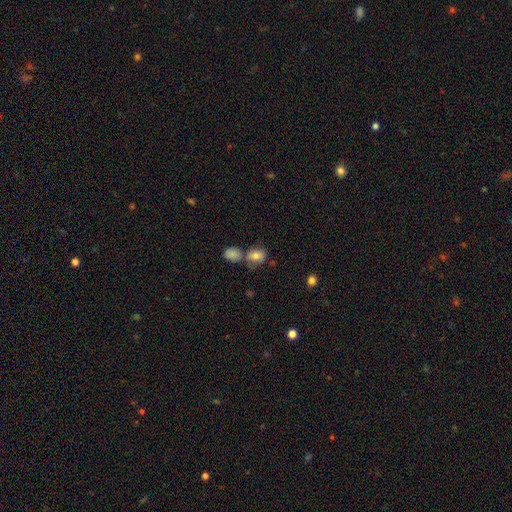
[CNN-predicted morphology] The model was most divided on "how rounded": in between: 52%, round: 47%, cigar-shaped: 1%. Remaining: smooth or featured — smooth (79%); merging — none (47%).